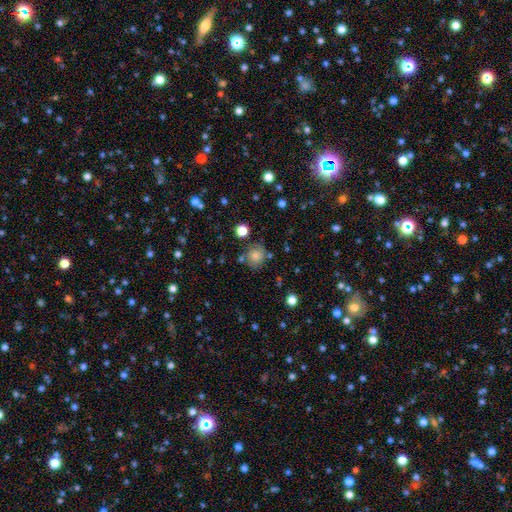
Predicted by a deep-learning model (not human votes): A smooth galaxy with no disk features (75%) that is round (80%).

Vote fractions:
- Smooth or featured? smooth: 75% / featured or disk: 13% / star or artifact: 13%
- How rounded? round: 80% / in between: 19% / cigar-shaped: 1%
- Merging? none: 71% / minor disturbance: 17% / merger: 7% / major disturbance: 6%